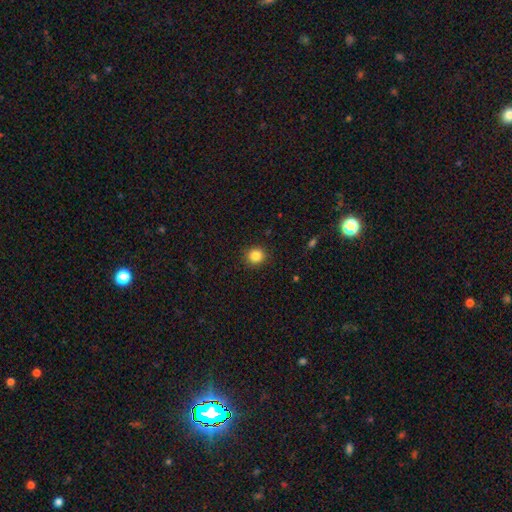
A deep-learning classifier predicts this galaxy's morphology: A smooth galaxy with no disk features (85%) that is round (91%). Merging: none (91%).